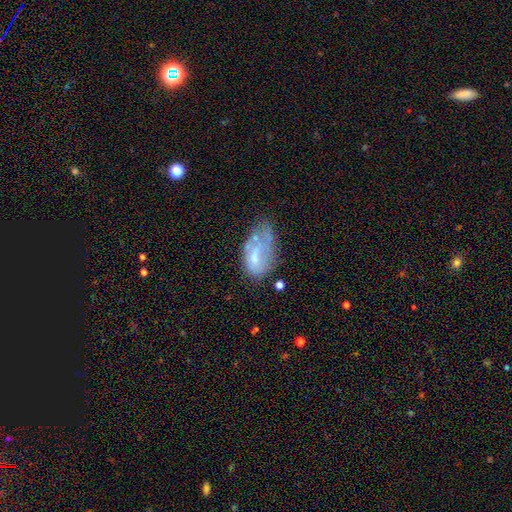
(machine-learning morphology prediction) Smooth or featured?
  - smooth: 47% *
  - featured or disk: 44%
  - star or artifact: 9%
Merging?
  - minor disturbance: 34% *
  - none: 28%
  - major disturbance: 28%
  - merger: 10%